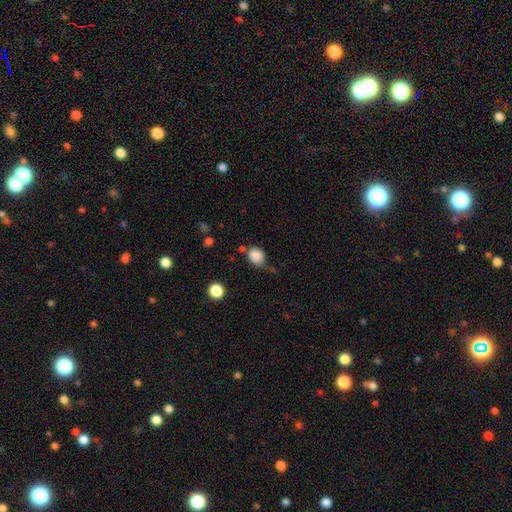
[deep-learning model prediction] A smooth galaxy with no disk features (86%) that is round (73%).

Vote fractions:
- Smooth or featured? smooth: 86% / star or artifact: 10% / featured or disk: 4%
- How rounded? round: 73% / in between: 26% / cigar-shaped: 1%
- Merging? none: 58% / minor disturbance: 24% / merger: 10% / major disturbance: 8%